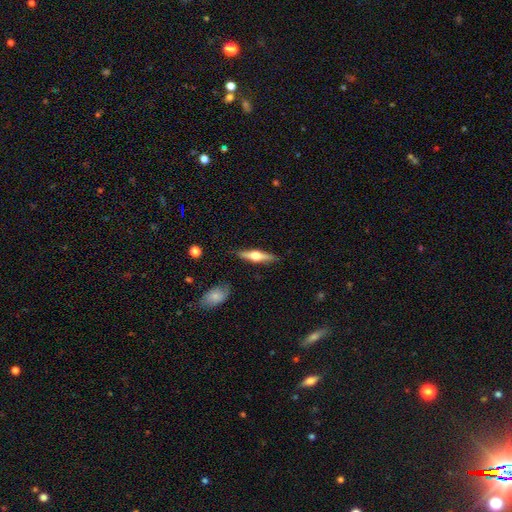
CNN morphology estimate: This appears to be a featured or disk galaxy (63%) viewed edge-on (96%) with a rounded central bulge (93%). Merging: none (87%).